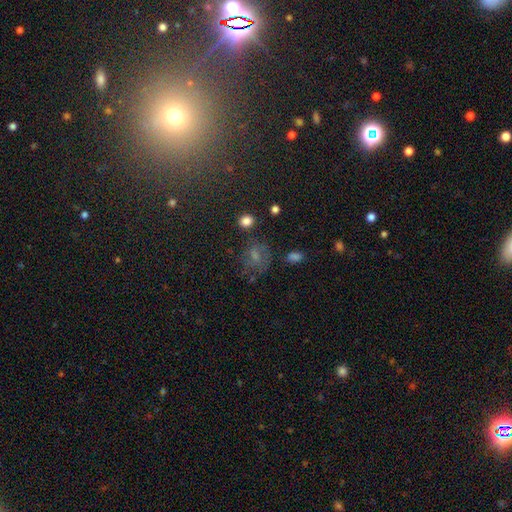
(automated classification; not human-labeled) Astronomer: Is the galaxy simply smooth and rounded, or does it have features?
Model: smooth — 55%.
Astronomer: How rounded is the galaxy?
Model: round — 61% (runner-up: in between, 37%).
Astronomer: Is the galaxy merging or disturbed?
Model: none — 54%.